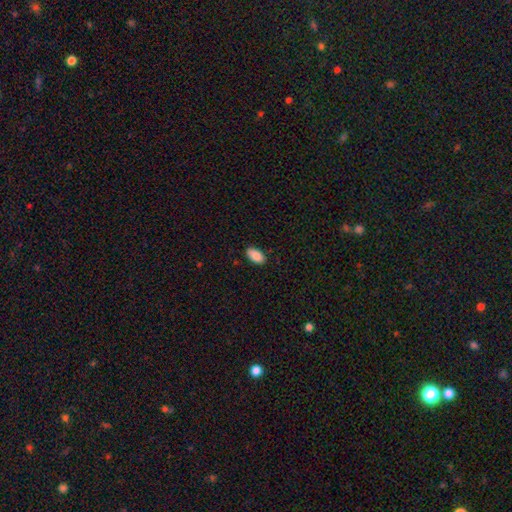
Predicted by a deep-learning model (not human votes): Q: Smooth or featured?
A: smooth (89%); runner-up: star or artifact (7%)
Q: How rounded?
A: in between (94%); runner-up: cigar-shaped (3%)
Q: Merging?
A: none (86%); runner-up: minor disturbance (11%)